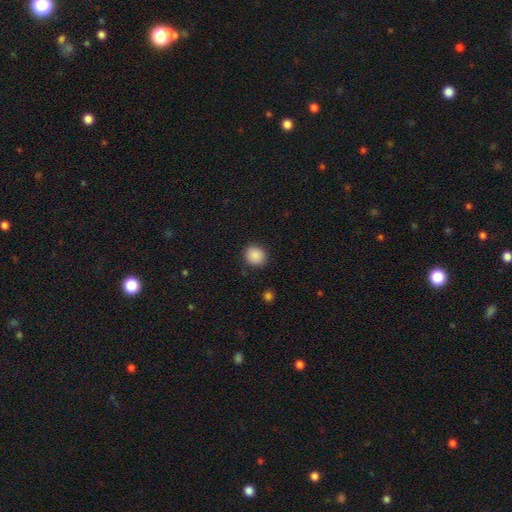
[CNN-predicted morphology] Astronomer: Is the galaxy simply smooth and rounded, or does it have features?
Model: smooth — 88%.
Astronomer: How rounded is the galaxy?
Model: round — 78%.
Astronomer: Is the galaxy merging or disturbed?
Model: none — 89%.